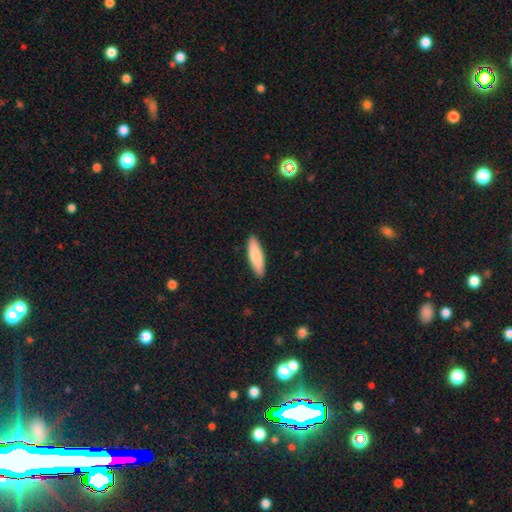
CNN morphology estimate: Smooth or featured? smooth (83%)
How rounded? cigar-shaped (63%)
Merging? none (91%)